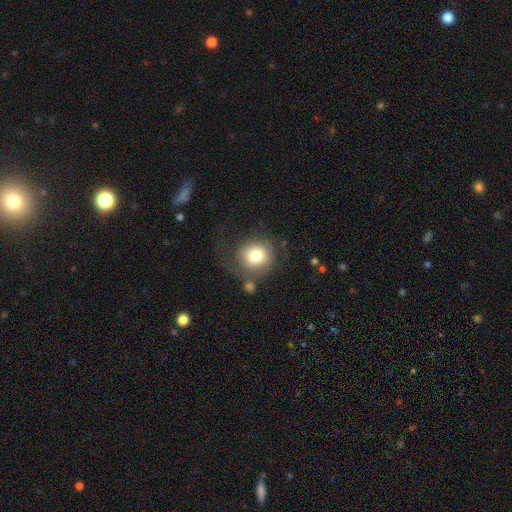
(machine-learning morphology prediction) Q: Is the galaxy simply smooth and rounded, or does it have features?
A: smooth — 77%.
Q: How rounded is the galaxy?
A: round — 87%.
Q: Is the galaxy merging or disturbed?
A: none — 56%.